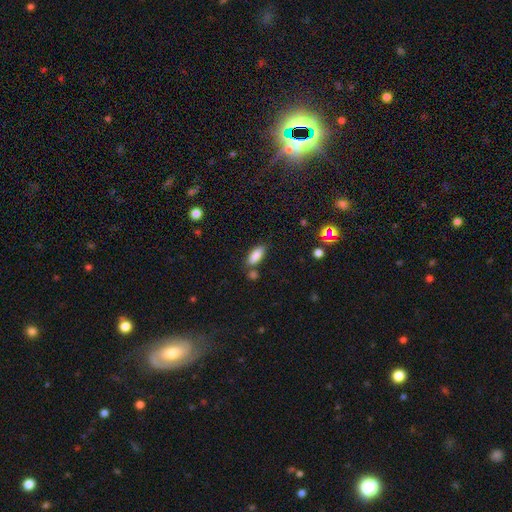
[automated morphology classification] A smooth galaxy with no disk features (86%) that is in between round and cigar-shaped (80%). Merging: none (74%).